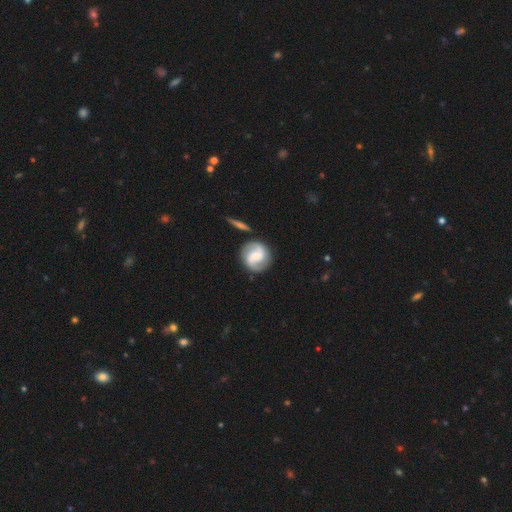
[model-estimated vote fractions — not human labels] Smooth or featured? featured or disk (76%)
Edge-on disk? no (98%)
Bar? weak (47%)
Spiral arms? yes (96%)
Spiral winding? medium (48%)
Spiral arm count? 2 (91%)
Bulge size? small (41%)
Merging? none (82%)